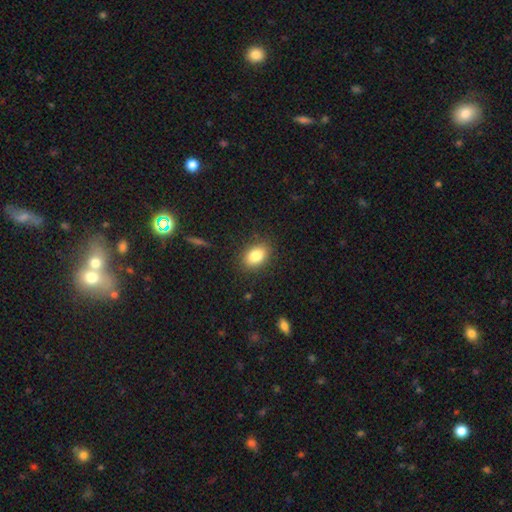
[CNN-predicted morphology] smooth 83%, star or artifact 9%, featured or disk 8%. Down the decision tree: how rounded — in between (82%); merging — none (86%).